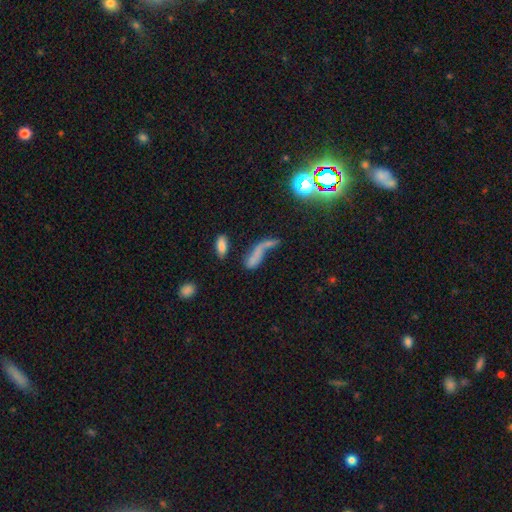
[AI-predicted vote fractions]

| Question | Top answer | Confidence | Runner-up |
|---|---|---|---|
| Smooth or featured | smooth | 54% | featured or disk (31%) |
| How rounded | in between | 53% | cigar-shaped (41%) |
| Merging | major disturbance | 33% | merger (32%) |